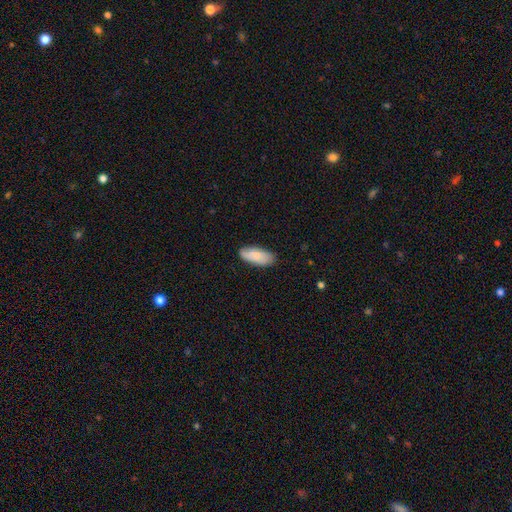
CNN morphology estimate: Smooth or featured? Predicted: smooth (p=0.79). How rounded? Predicted: in between (p=0.86). Merging? Predicted: none (p=0.81).